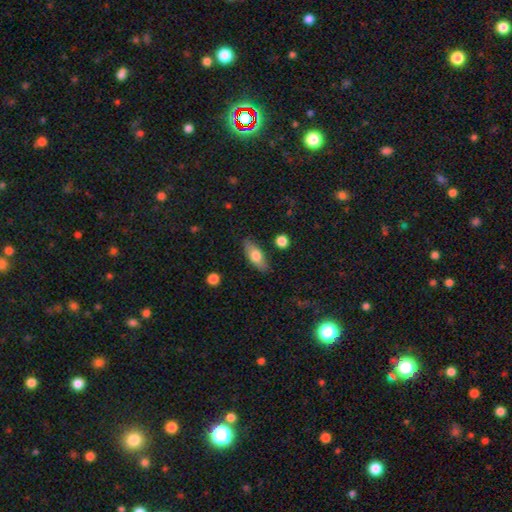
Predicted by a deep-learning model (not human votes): smooth 69%, featured or disk 25%, star or artifact 6%. Down the decision tree: how rounded — in between (77%); merging — none (83%).